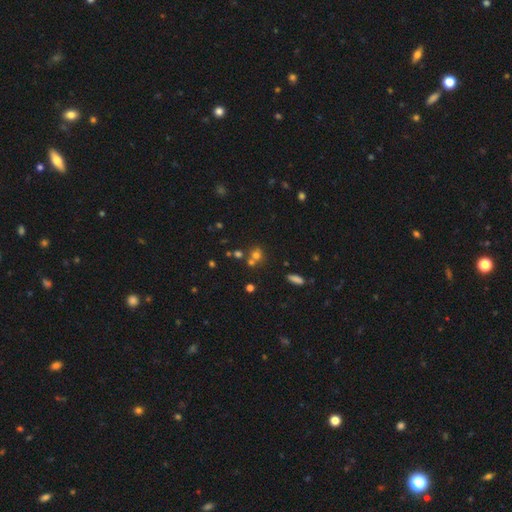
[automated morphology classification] smooth 62%, star or artifact 23%, featured or disk 14%. Down the decision tree: how rounded — round (77%); merging — none (51%).